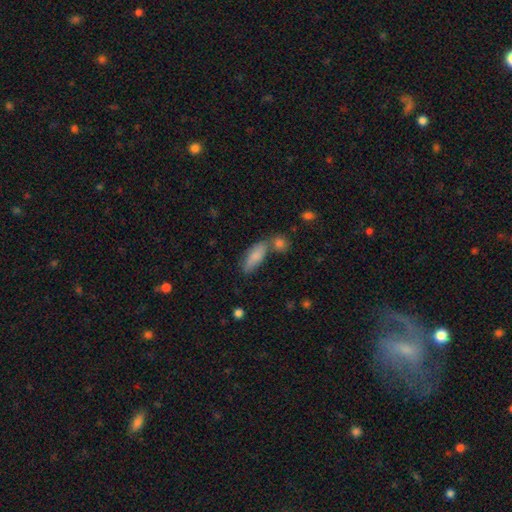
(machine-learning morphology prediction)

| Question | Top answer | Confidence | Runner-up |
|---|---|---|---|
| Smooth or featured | smooth | 81% | featured or disk (12%) |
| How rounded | in between | 67% | cigar-shaped (29%) |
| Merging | none | 50% | merger (27%) |